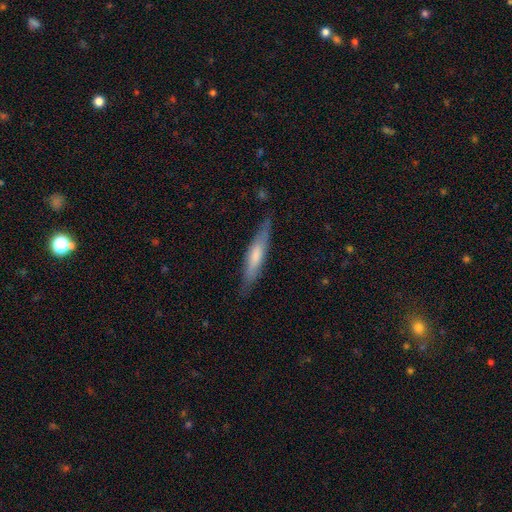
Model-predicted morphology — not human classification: Overall: smooth (56%; featured or disk 38%). How rounded: cigar-shaped (87%). Merging: none (83%).